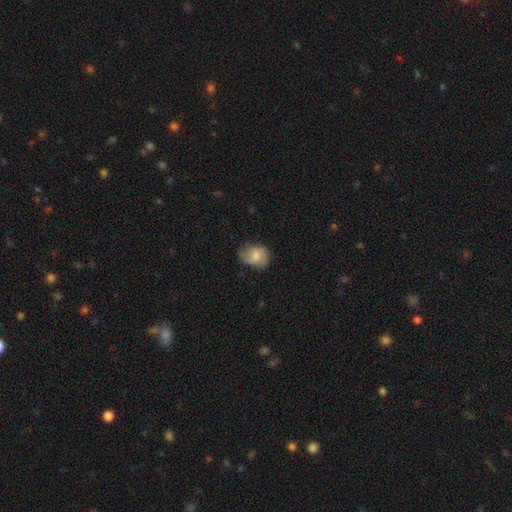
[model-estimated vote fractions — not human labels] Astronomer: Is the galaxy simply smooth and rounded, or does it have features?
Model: smooth — 65%.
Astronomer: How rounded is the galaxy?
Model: in between — 57% (runner-up: round, 42%).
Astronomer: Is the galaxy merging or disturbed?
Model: none — 58%.